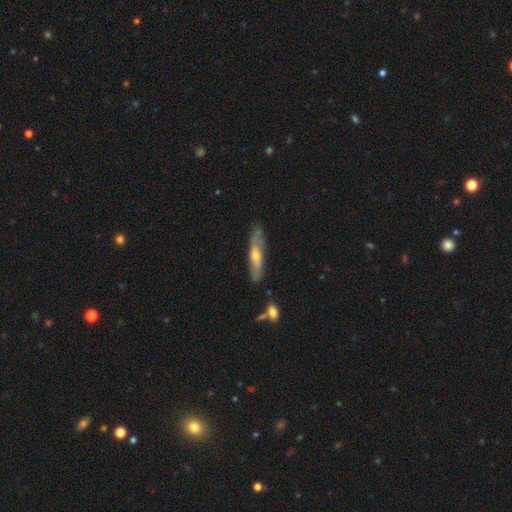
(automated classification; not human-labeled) This appears to be a featured or disk galaxy (60%) viewed edge-on (55%). Merging: none (73%).